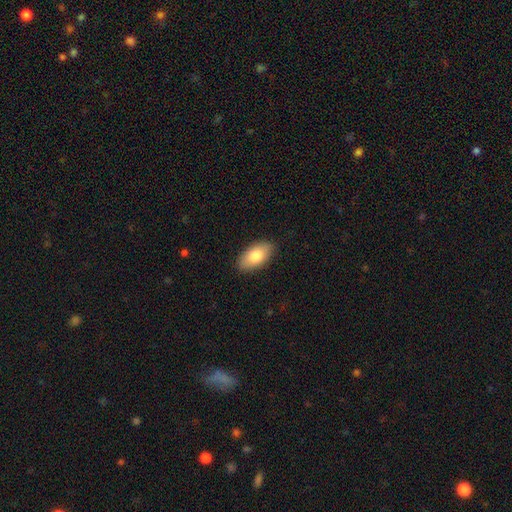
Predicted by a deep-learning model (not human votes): Smooth or featured?
  - smooth: 81% *
  - featured or disk: 13%
  - star or artifact: 6%
How rounded?
  - in between: 93% *
  - cigar-shaped: 4%
  - round: 3%
Merging?
  - none: 87% *
  - minor disturbance: 10%
  - major disturbance: 2%
  - merger: 1%